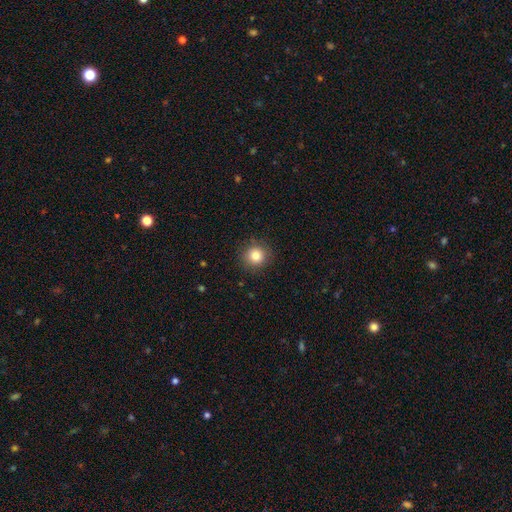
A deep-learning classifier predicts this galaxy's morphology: A smooth galaxy with no disk features (82%) that is round (90%). Merging: none (89%).